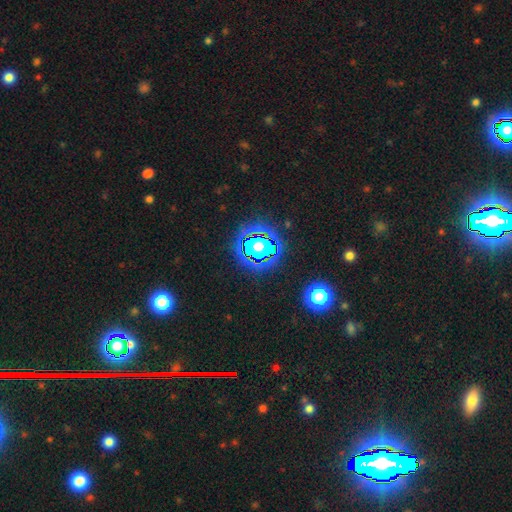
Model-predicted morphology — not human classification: smooth_or_featured: star or artifact (p=0.78) [alt: smooth p=0.14]